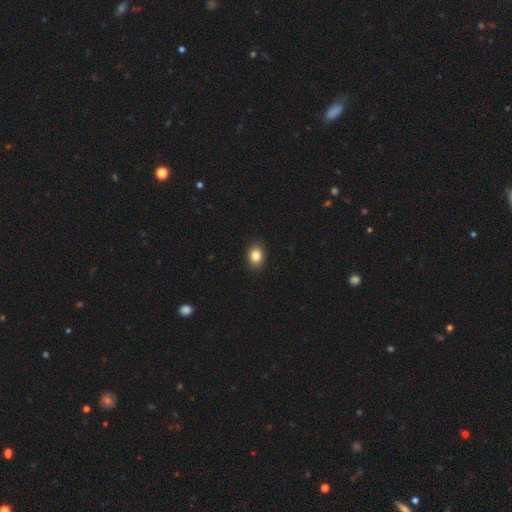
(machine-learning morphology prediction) Smooth or featured: smooth — 85% (star or artifact — 9%)
How rounded: in between — 62% (round — 37%)
Merging: none — 90% (minor disturbance — 7%)